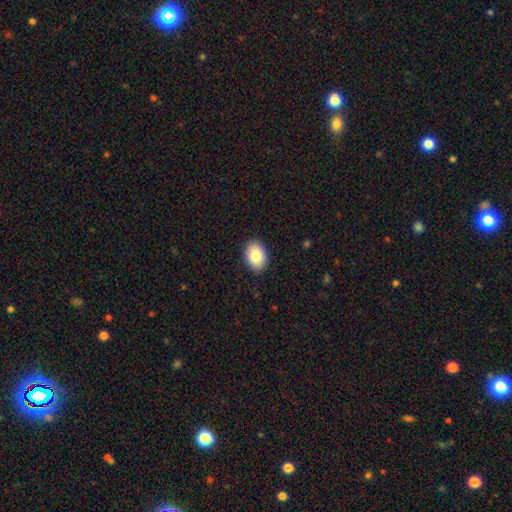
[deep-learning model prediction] This appears to be a smooth galaxy with no disk features (85%) that is in between round and cigar-shaped (81%). Merging: none (89%).